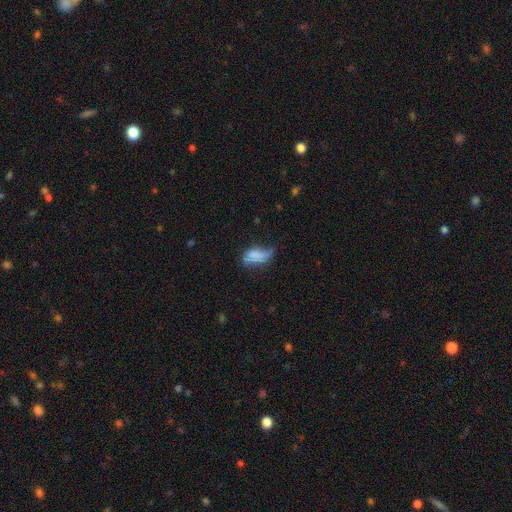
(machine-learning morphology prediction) This appears to be a smooth galaxy with no disk features (66%) that is in between round and cigar-shaped (90%). Merging: minor disturbance (39%).